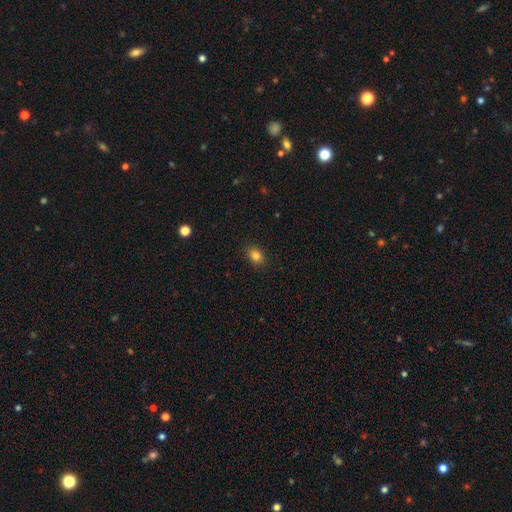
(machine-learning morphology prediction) type=smooth (82%); roundness=in between (63%); merging=none (88%).